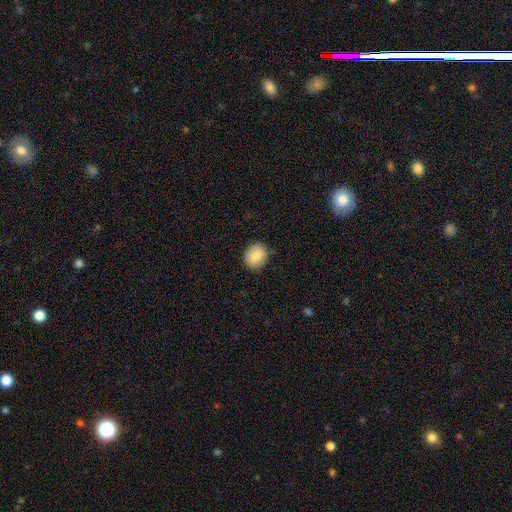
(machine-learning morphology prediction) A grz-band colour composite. It shows a smooth galaxy with no disk features (84%) that is round (70%). Merging: none (89%).